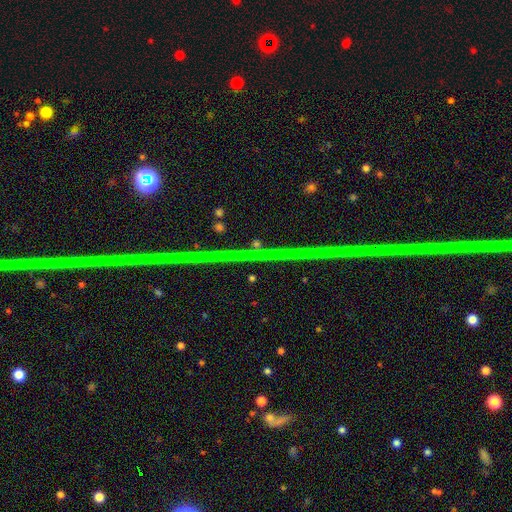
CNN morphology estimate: smooth_or_featured: star or artifact (p=0.74) [alt: featured or disk p=0.17]